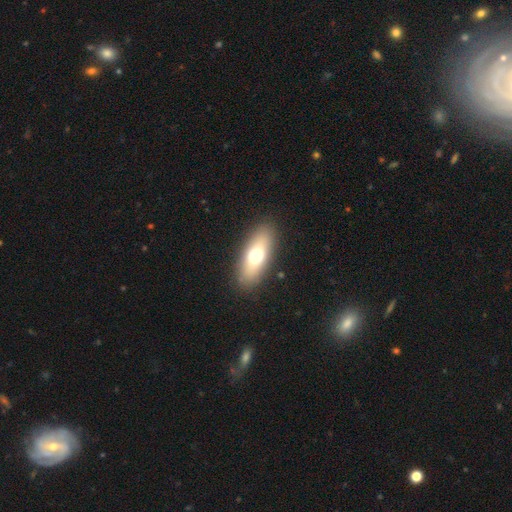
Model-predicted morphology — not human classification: This is likely a smooth galaxy (66%). How rounded: likely in between (72%). Merging: clearly none (88%).